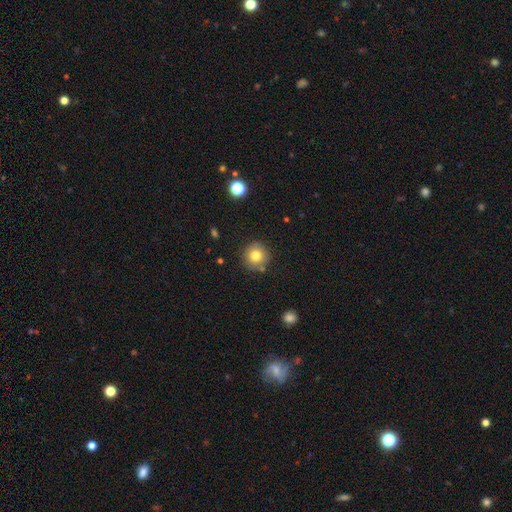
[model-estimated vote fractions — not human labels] Smooth or featured? Predicted: smooth (p=0.78). How rounded? Predicted: round (p=0.94). Merging? Predicted: none (p=0.82).